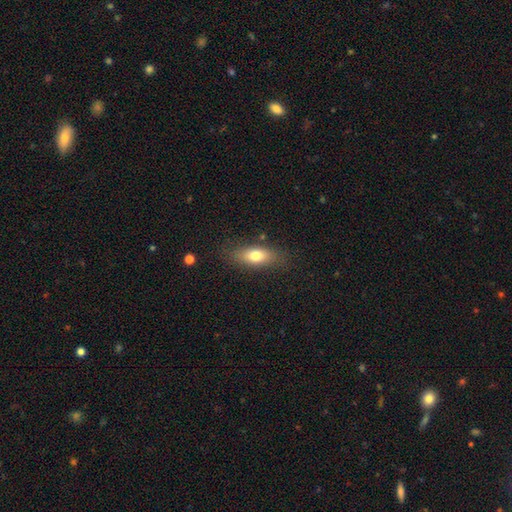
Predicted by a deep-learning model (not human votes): Smooth or featured? smooth (73%)
How rounded? in between (74%)
Merging? none (81%)